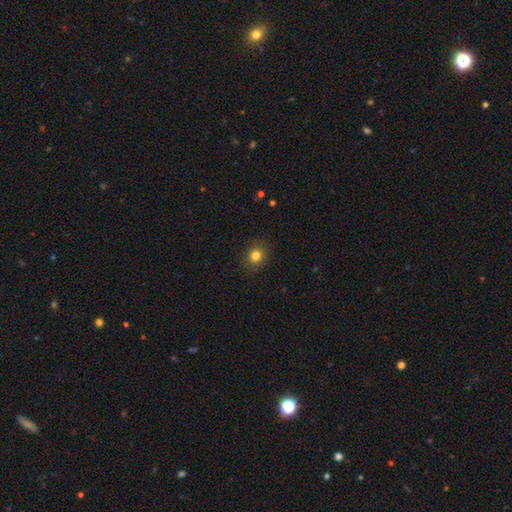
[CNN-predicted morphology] A smooth galaxy with no disk features (82%) that is round (77%).

Vote fractions:
- Smooth or featured? smooth: 82% / star or artifact: 12% / featured or disk: 6%
- How rounded? round: 77% / in between: 22% / cigar-shaped: 1%
- Merging? none: 88% / minor disturbance: 8% / major disturbance: 3% / merger: 1%